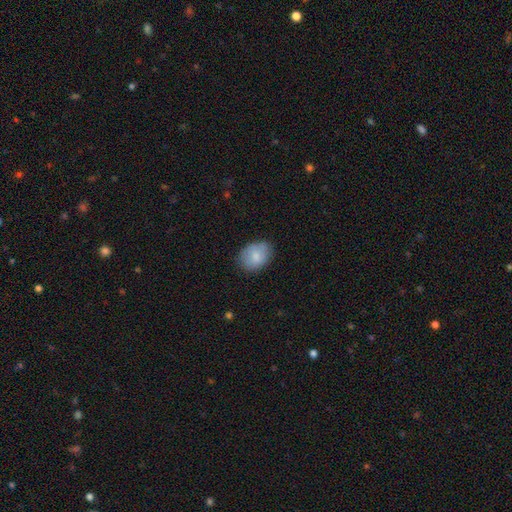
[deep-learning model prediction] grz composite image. It shows a smooth galaxy with no disk features (81%) that is in between round and cigar-shaped (73%). Merging: none (76%).